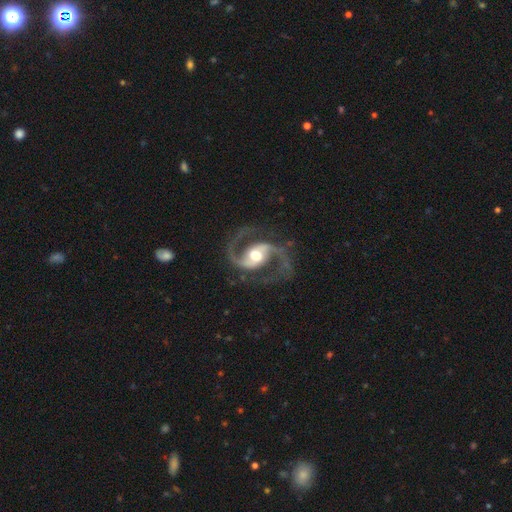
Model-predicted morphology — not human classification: The model was most divided on "bar": weak: 38%, strong: 34%, no: 27%. More confident: spiral arms — yes (98%); edge-on disk — no (98%); spiral arm count — 2 (95%); smooth or featured — featured or disk (94%); merging — none (80%); bulge size — moderate (64%); spiral winding — medium (62%).